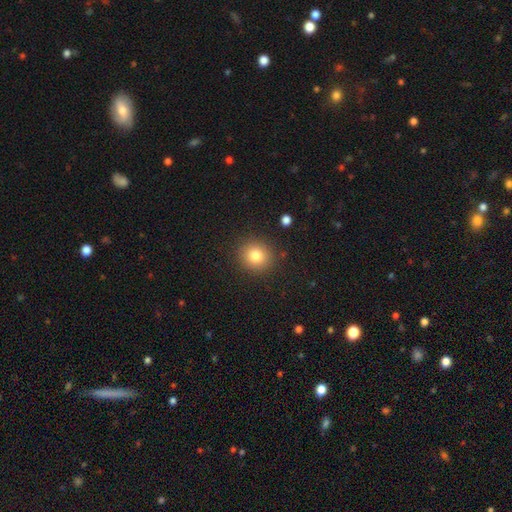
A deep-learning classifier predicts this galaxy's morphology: This is clearly a smooth galaxy (81%). How rounded: clearly round (86%). Merging: clearly none (89%).